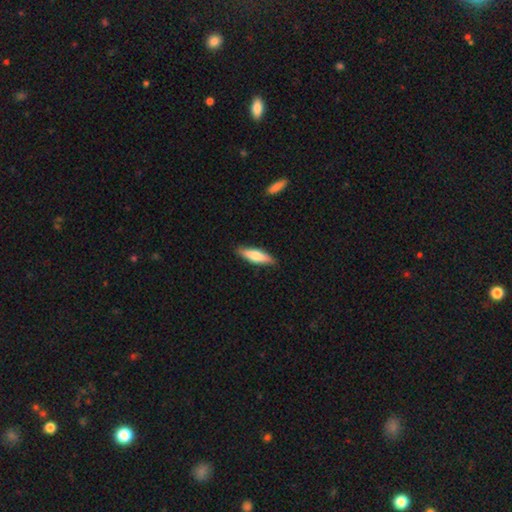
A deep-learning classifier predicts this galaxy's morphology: This is likely a smooth galaxy (69%). How rounded: likely cigar-shaped (64%). Merging: clearly none (87%).